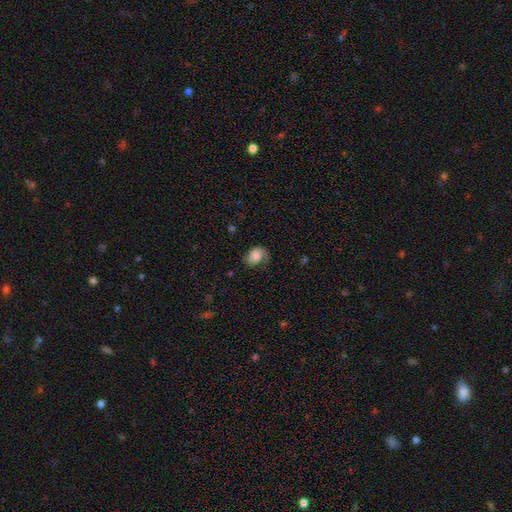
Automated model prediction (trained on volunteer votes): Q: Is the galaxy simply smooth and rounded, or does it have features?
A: smooth — 51%.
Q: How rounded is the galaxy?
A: in between — 59%.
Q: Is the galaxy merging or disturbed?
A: none — 47%.